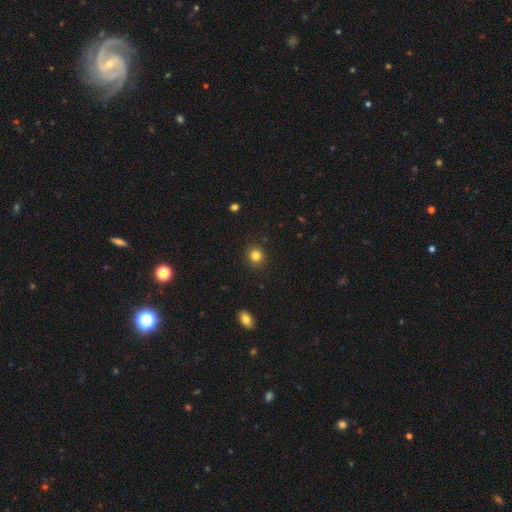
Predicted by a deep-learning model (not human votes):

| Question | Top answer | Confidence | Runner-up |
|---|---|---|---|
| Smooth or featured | smooth | 83% | star or artifact (12%) |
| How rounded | round | 86% | in between (13%) |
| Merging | none | 91% | minor disturbance (6%) |